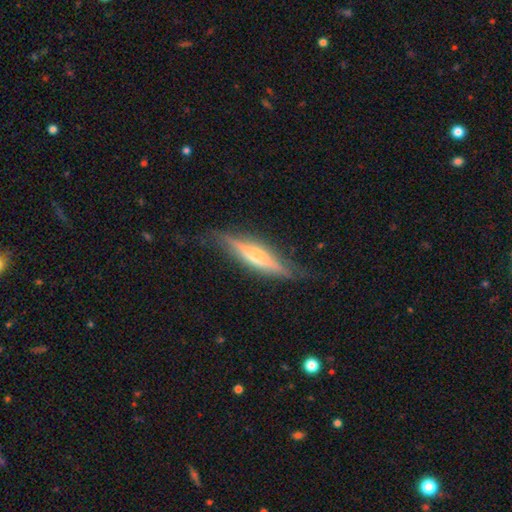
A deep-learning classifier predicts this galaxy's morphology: Smooth or featured? Predicted: featured or disk (p=0.65). Edge-on disk? Predicted: yes (p=0.92). Edge-on bulge? Predicted: rounded (p=0.75). Merging? Predicted: none (p=0.77).